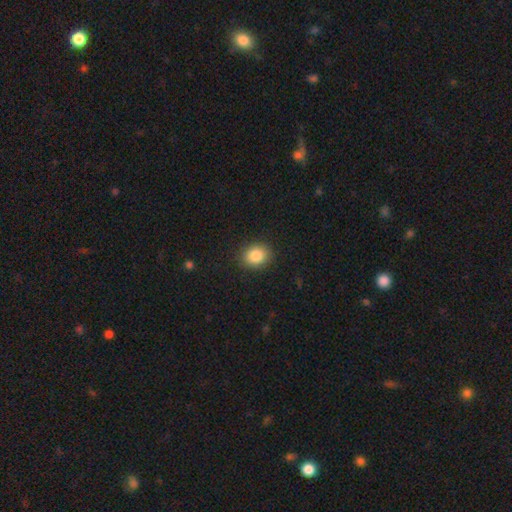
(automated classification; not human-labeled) A smooth galaxy with no disk features (86%) that is round (57%). Merging: none (89%).